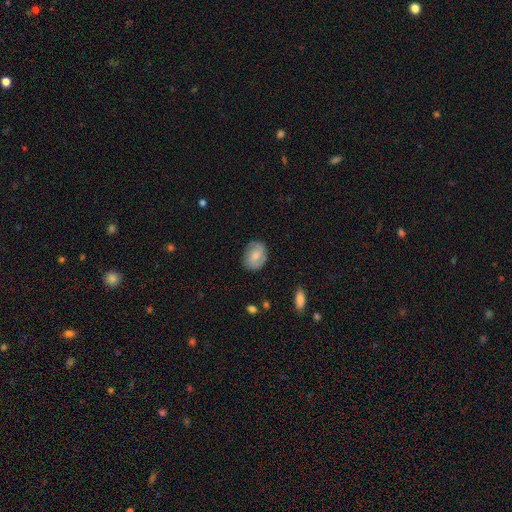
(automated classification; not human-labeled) Overall: smooth (58%; featured or disk 35%). How rounded: in between (55%; round 44%). Merging: none (78%).